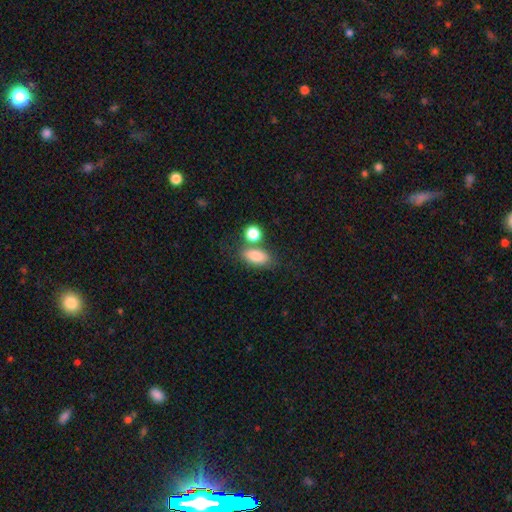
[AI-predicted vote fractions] Smooth or featured? smooth (84%)
How rounded? in between (85%)
Merging? none (59%)